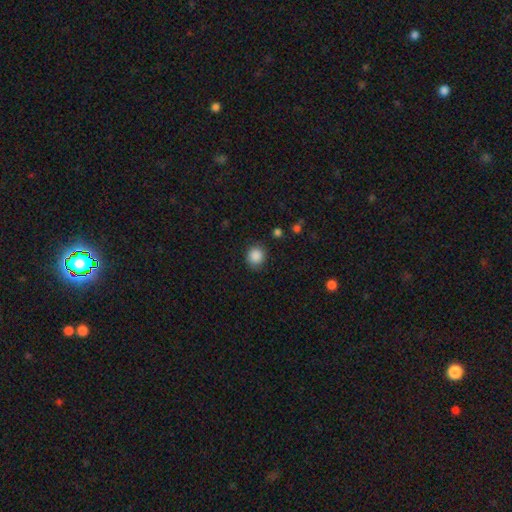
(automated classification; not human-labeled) Q: Smooth or featured?
A: smooth (87%); runner-up: star or artifact (9%)
Q: How rounded?
A: round (84%); runner-up: in between (15%)
Q: Merging?
A: none (86%); runner-up: minor disturbance (10%)